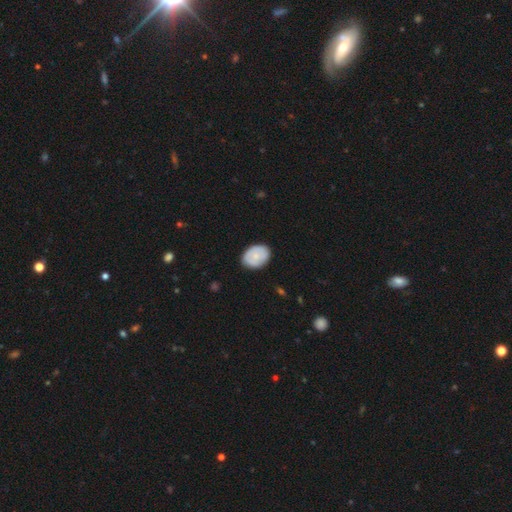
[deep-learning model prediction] Smooth or featured: smooth — 67% (featured or disk — 27%)
How rounded: in between — 72% (round — 27%)
Merging: none — 81% (minor disturbance — 15%)